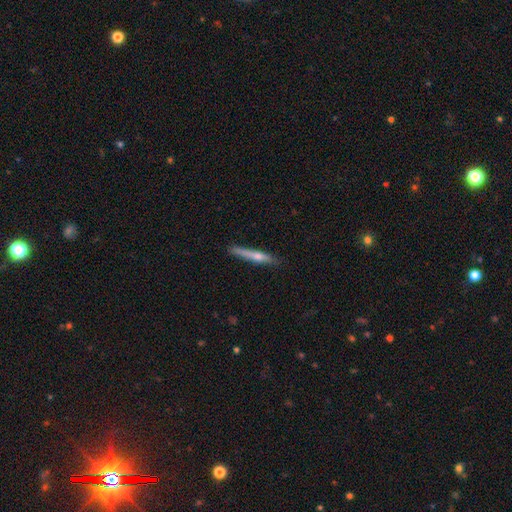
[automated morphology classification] Smooth or featured? Predicted: smooth (p=0.55). How rounded? Predicted: cigar-shaped (p=0.93). Merging? Predicted: none (p=0.81).